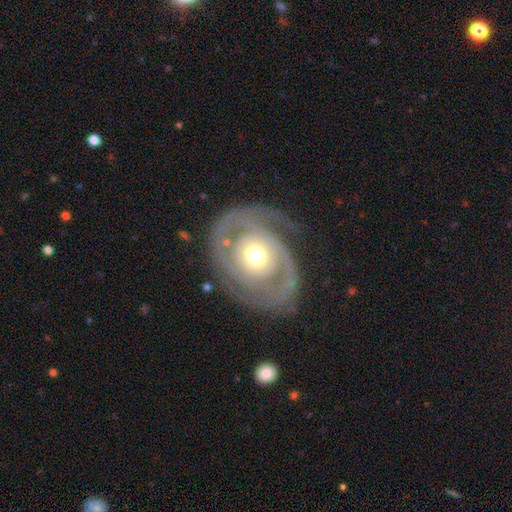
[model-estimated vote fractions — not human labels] featured or disk 81%, smooth 15%, star or artifact 5%. Down the decision tree: edge-on disk — no (96%); bar — no (81%); spiral arms — yes (75%); spiral arm count — 2 (63%); spiral winding — tight (56%); bulge size — moderate (67%); merging — none (69%).